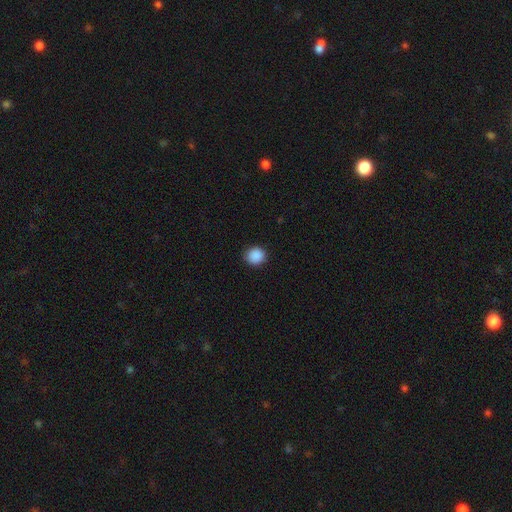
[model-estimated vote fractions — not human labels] This appears to be a smooth galaxy with no disk features (89%) that is round (89%). Merging: none (91%).